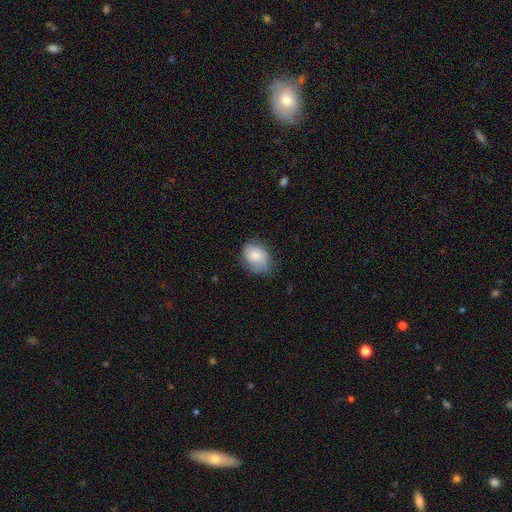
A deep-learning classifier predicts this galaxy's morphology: Smooth or featured?
  - smooth: 75% *
  - featured or disk: 18%
  - star or artifact: 7%
How rounded?
  - in between: 72% *
  - round: 27%
  - cigar-shaped: 1%
Merging?
  - none: 56% *
  - minor disturbance: 34%
  - major disturbance: 9%
  - merger: 1%